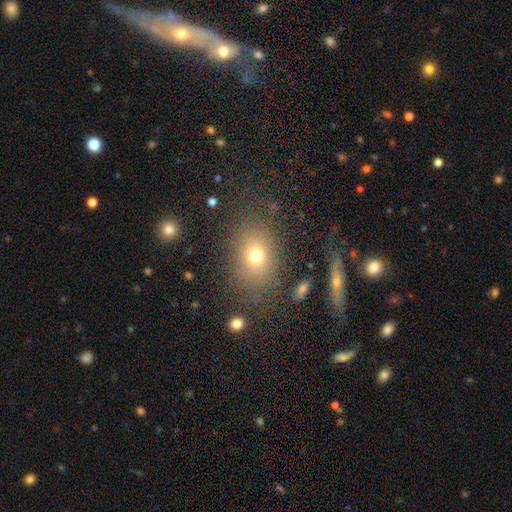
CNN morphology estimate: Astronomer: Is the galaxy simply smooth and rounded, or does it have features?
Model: smooth — 71%.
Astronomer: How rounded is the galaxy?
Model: in between — 65%.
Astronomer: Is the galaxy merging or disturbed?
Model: none — 77%.